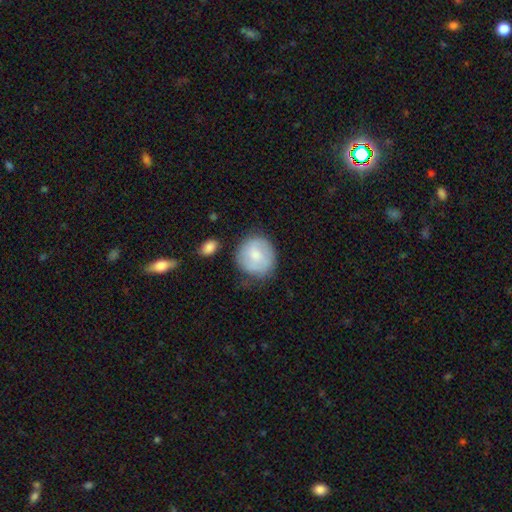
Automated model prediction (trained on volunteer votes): The model was most divided on "smooth or featured": smooth: 68%, featured or disk: 25%, star or artifact: 6%. More confident: how rounded — round (86%); merging — none (66%).